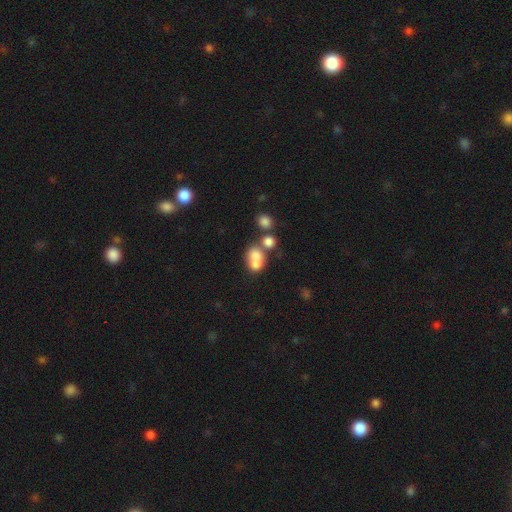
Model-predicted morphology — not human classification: Smooth or featured?
  - smooth: 69% *
  - featured or disk: 19%
  - star or artifact: 12%
How rounded?
  - round: 60% *
  - in between: 39%
  - cigar-shaped: 1%
Merging?
  - merger: 61% *
  - none: 27%
  - minor disturbance: 7%
  - major disturbance: 5%